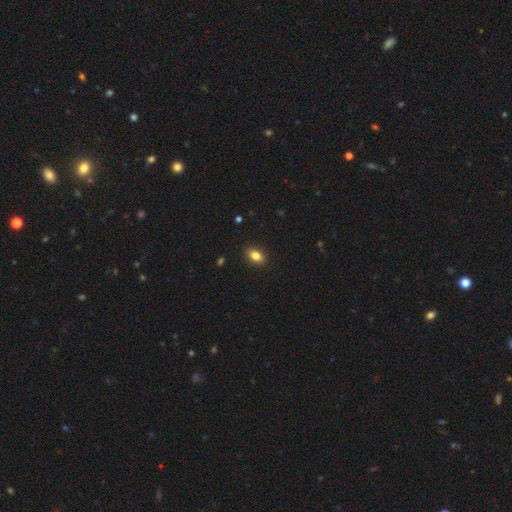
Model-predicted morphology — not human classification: Smooth or featured? Predicted: smooth (p=0.83). How rounded? Predicted: in between (p=0.84). Merging? Predicted: none (p=0.89).